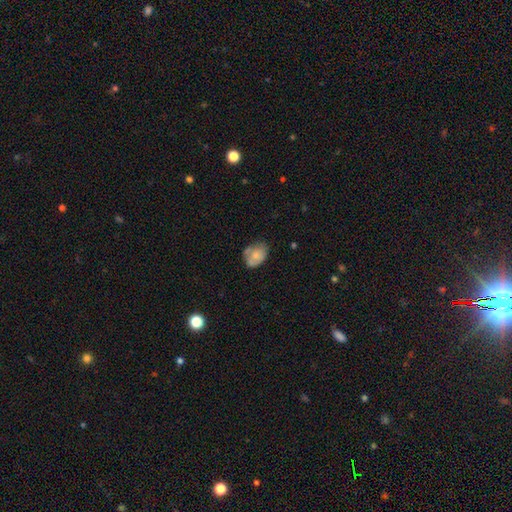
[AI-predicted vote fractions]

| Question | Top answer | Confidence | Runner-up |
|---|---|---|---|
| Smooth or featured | smooth | 68% | featured or disk (25%) |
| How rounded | in between | 70% | round (29%) |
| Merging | none | 49% | minor disturbance (33%) |